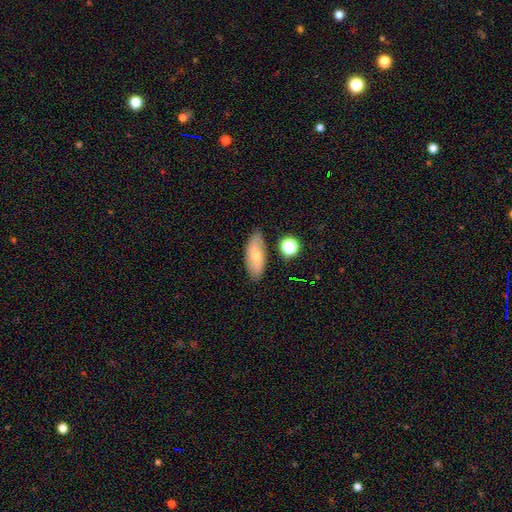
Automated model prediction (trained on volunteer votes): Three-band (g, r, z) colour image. It shows a smooth galaxy with no disk features (57%) that is in between round and cigar-shaped (78%). Merging: none (79%).